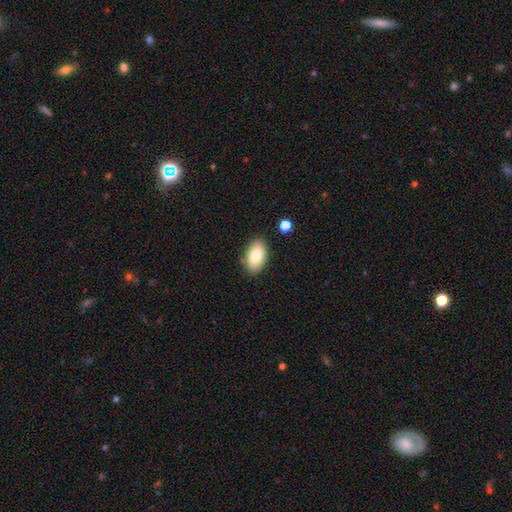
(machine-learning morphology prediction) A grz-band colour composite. It shows a smooth galaxy with no disk features (80%) that is in between round and cigar-shaped (93%). Merging: none (85%).